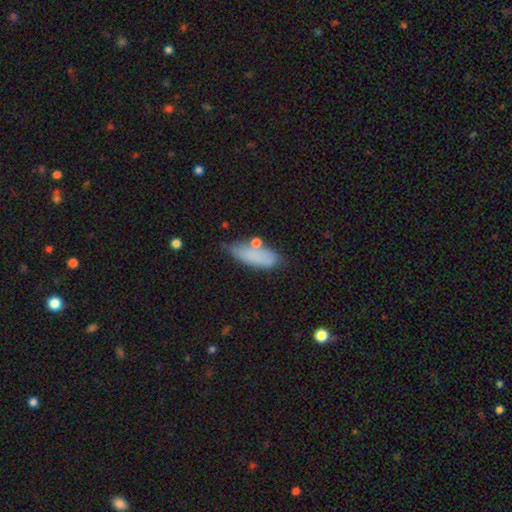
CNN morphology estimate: The model was most divided on "how rounded": in between: 67%, cigar-shaped: 31%, round: 3%. More confident: smooth or featured — smooth (80%); merging — none (64%).